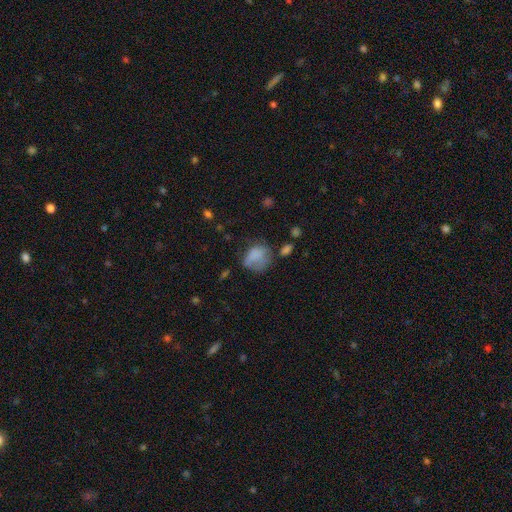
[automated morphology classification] Smooth or featured? smooth (72%)
How rounded? round (50%)
Merging? none (39%)